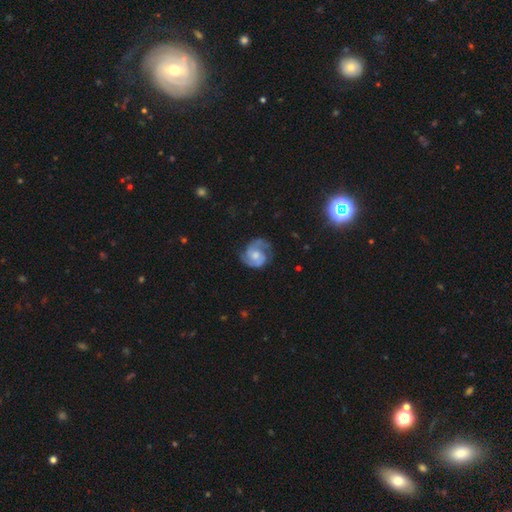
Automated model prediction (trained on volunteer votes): Smooth or featured: featured or disk — 81% (smooth — 13%)
Edge-on disk: no — 98% (yes — 2%)
Bar: no — 62% (weak — 32%)
Spiral arms: yes — 96% (no — 4%)
Spiral winding: medium — 47% (tight — 39%)
Spiral arm count: 2 — 83% (can't tell — 6%)
Bulge size: moderate — 51% (small — 33%)
Merging: none — 71% (minor disturbance — 19%)